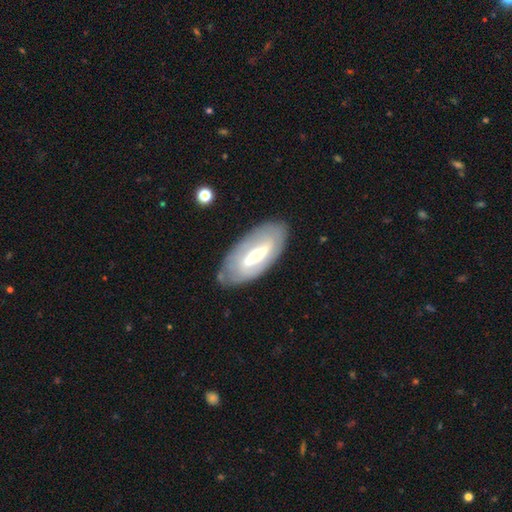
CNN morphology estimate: A featured or disk galaxy (67%) with a strong bar (48%), no spiral arms (52%) and a moderate central bulge (60%). Merging: none (80%).